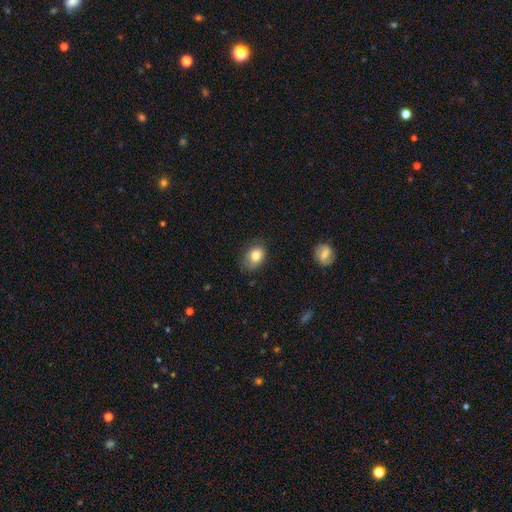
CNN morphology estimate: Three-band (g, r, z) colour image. It shows a smooth galaxy with no disk features (79%) that is in between round and cigar-shaped (71%). Merging: none (71%).